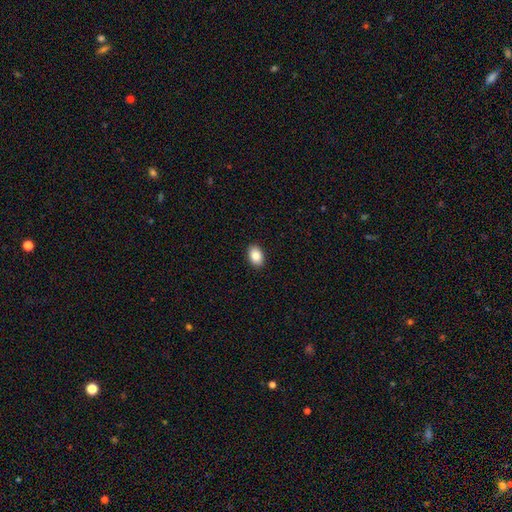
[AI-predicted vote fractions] Overall: smooth (88%). How rounded: in between (85%). Merging: none (91%).